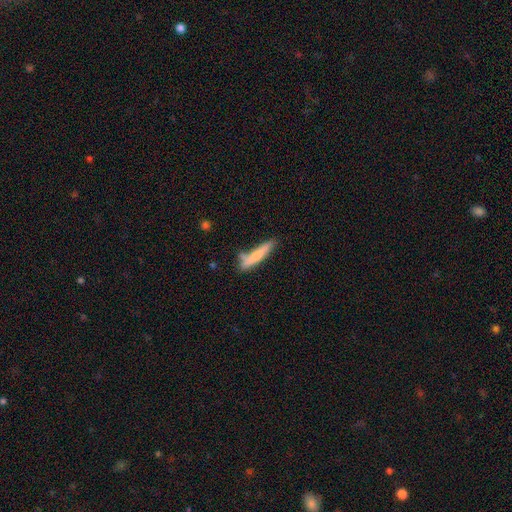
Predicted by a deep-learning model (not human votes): Smooth or featured?
  - smooth: 68% *
  - featured or disk: 26%
  - star or artifact: 6%
How rounded?
  - cigar-shaped: 88% *
  - in between: 10%
  - round: 2%
Merging?
  - none: 62% *
  - minor disturbance: 22%
  - merger: 10%
  - major disturbance: 6%